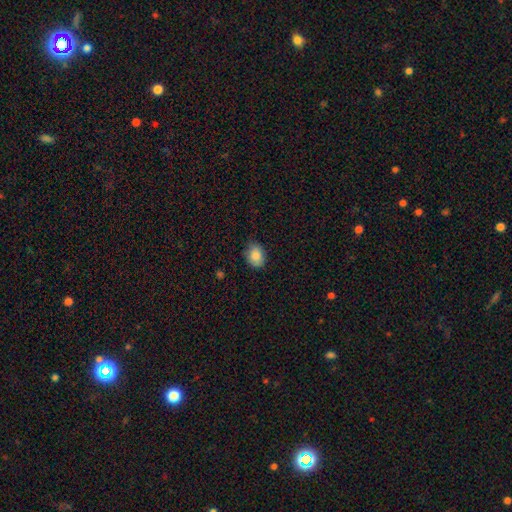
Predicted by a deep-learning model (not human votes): smooth 87%, star or artifact 8%, featured or disk 6%. Down the decision tree: how rounded — in between (61%); merging — none (75%).